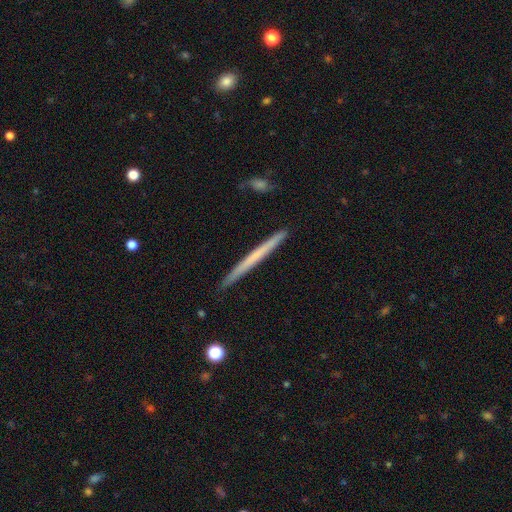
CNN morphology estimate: Smooth or featured? smooth (50%)
How rounded? cigar-shaped (97%)
Merging? none (90%)